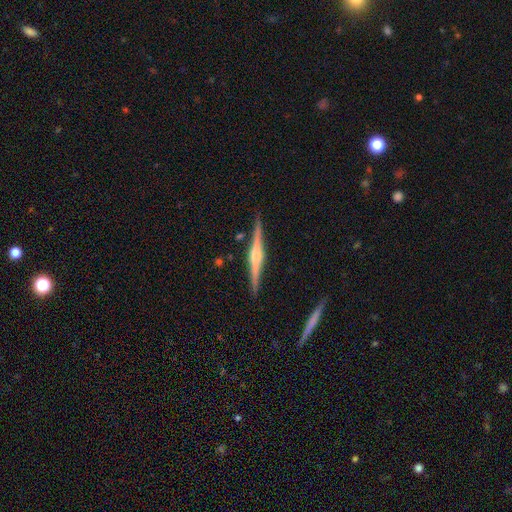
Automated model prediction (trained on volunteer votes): A featured or disk galaxy (82%) viewed edge-on (98%) with a rounded central bulge (79%). Merging: none (89%).